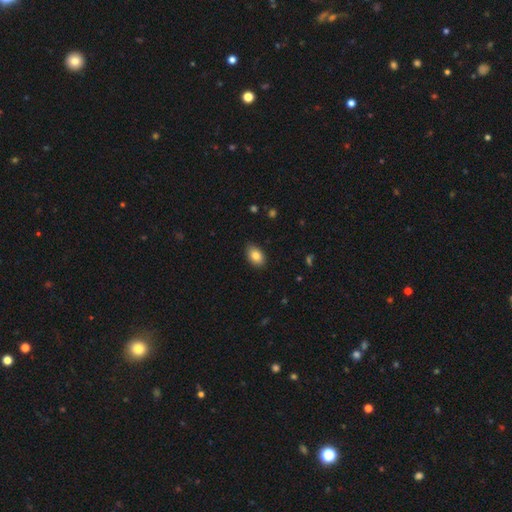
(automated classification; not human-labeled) Overall: smooth (84%). How rounded: in between (87%). Merging: none (85%).